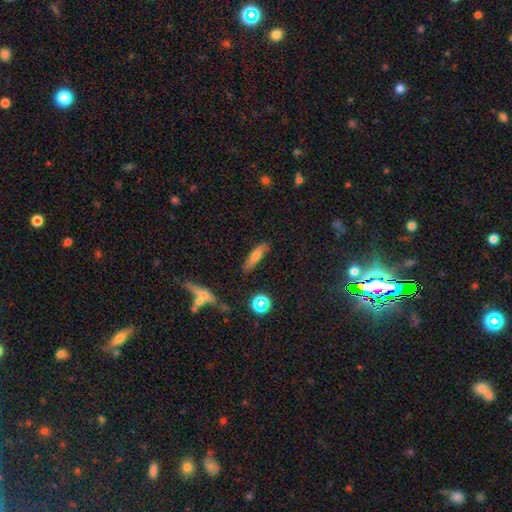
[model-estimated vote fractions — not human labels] smooth 67%, featured or disk 21%, star or artifact 11%. Down the decision tree: how rounded — cigar-shaped (66%); merging — none (79%).